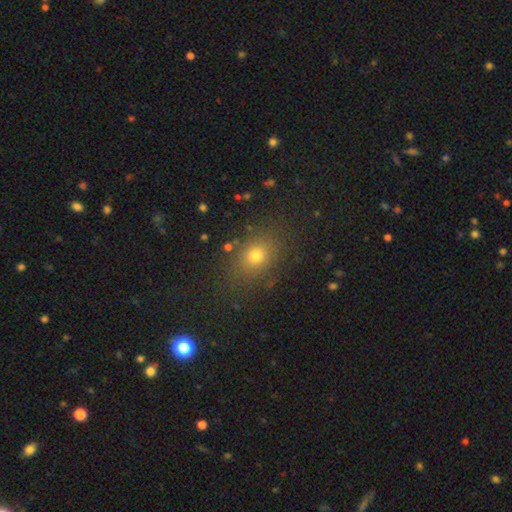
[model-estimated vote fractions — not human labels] Smooth or featured?
  - smooth: 72% *
  - star or artifact: 18%
  - featured or disk: 10%
How rounded?
  - in between: 51% *
  - round: 48%
  - cigar-shaped: 2%
Merging?
  - none: 82% *
  - minor disturbance: 11%
  - major disturbance: 4%
  - merger: 2%